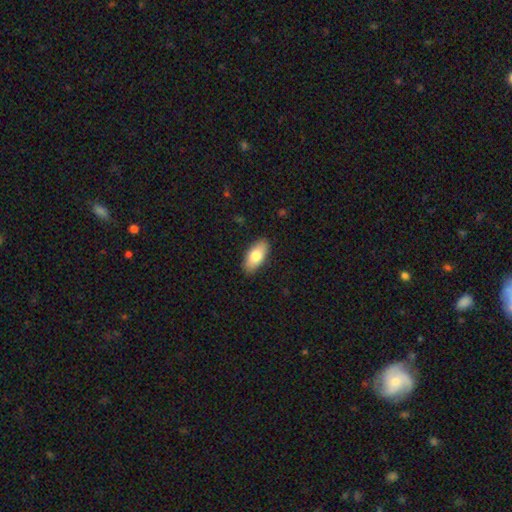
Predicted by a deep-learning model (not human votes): A smooth galaxy with no disk features (79%) that is in between round and cigar-shaped (89%).

Vote fractions:
- Smooth or featured? smooth: 79% / featured or disk: 16% / star or artifact: 6%
- How rounded? in between: 89% / cigar-shaped: 9% / round: 2%
- Merging? none: 89% / minor disturbance: 9% / major disturbance: 2% / merger: 1%